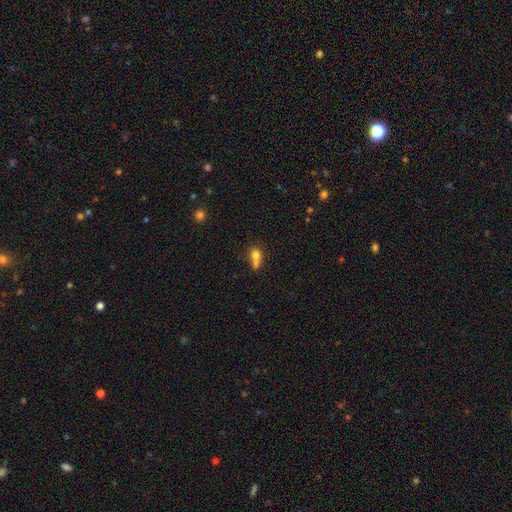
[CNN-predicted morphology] smooth-or-featured: smooth: 73% | featured or disk: 15% | star or artifact: 12%
  how-rounded: round: 58% | in between: 38% | cigar-shaped: 4%
  merging: merger: 48% | none: 30% | minor disturbance: 13% | major disturbance: 9%